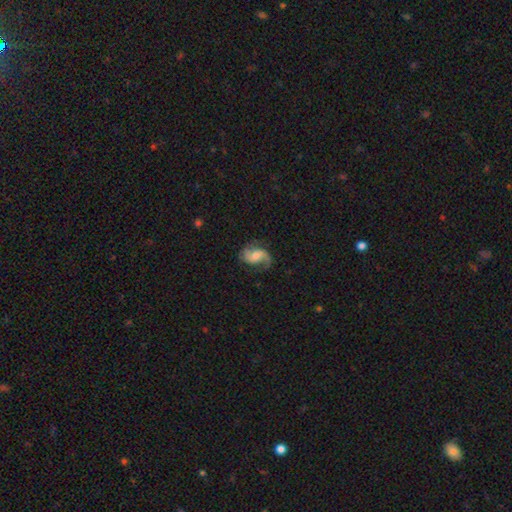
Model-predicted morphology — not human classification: Q: Smooth or featured?
A: featured or disk (77%); runner-up: smooth (16%)
Q: Edge-on disk?
A: no (97%); runner-up: yes (3%)
Q: Bar?
A: no (48%); runner-up: weak (41%)
Q: Spiral arms?
A: yes (95%); runner-up: no (5%)
Q: Spiral winding?
A: loose (47%); runner-up: medium (41%)
Q: Spiral arm count?
A: 2 (75%); runner-up: 1 (16%)
Q: Bulge size?
A: moderate (52%); runner-up: small (33%)
Q: Merging?
A: none (63%); runner-up: minor disturbance (21%)